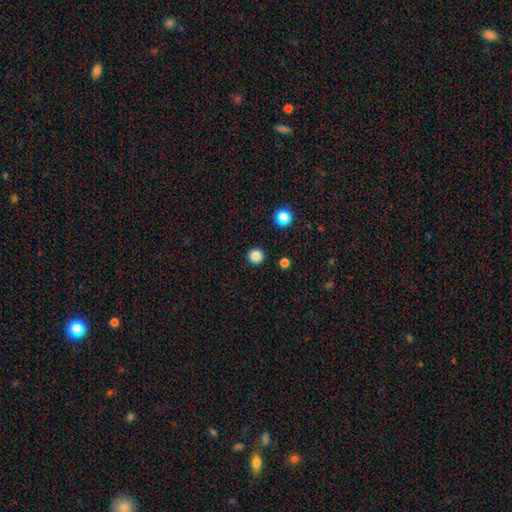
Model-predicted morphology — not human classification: smooth-or-featured: smooth: 85% | star or artifact: 12% | featured or disk: 3%
  how-rounded: round: 96% | in between: 3% | cigar-shaped: 1%
  merging: none: 93% | minor disturbance: 4% | major disturbance: 2% | merger: 1%